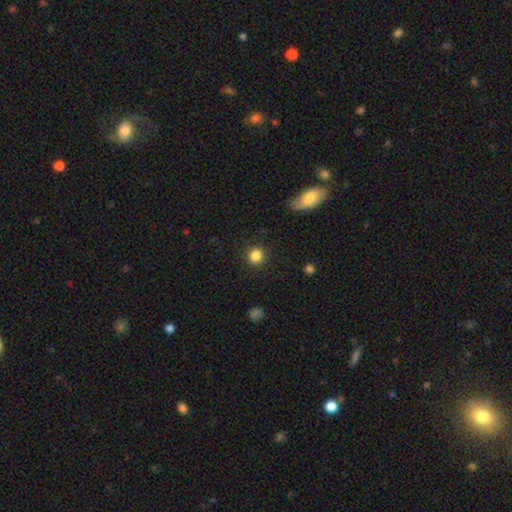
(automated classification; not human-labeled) smooth 86%, star or artifact 10%, featured or disk 4%. Down the decision tree: how rounded — round (87%); merging — none (89%).